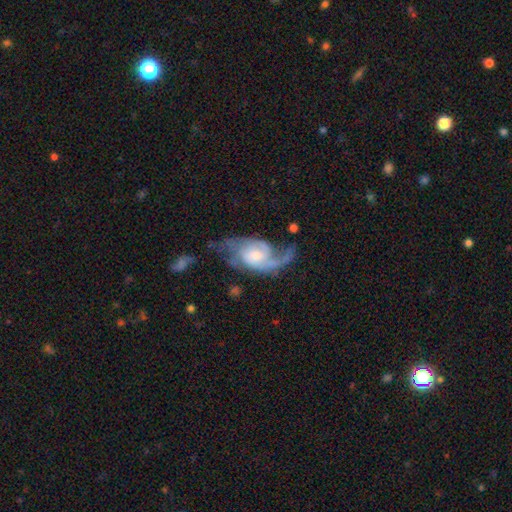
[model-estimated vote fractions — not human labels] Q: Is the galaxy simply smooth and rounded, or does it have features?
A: featured or disk — 82%.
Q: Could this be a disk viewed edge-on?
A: no — 96%.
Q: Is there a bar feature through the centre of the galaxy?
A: no — 57%.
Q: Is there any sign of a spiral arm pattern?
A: yes — 94%.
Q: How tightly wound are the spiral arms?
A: loose — 44%.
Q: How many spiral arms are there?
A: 2 — 60%.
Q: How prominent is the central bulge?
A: moderate — 44%.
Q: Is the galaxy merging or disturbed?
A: none — 42%.